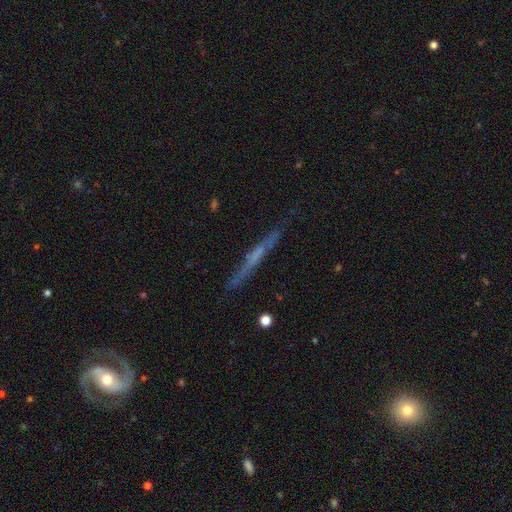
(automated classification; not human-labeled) Overall: featured or disk (60%; smooth 32%). Edge-on disk: yes (94%). Edge-on bulge: none (71%). Merging: none (84%).